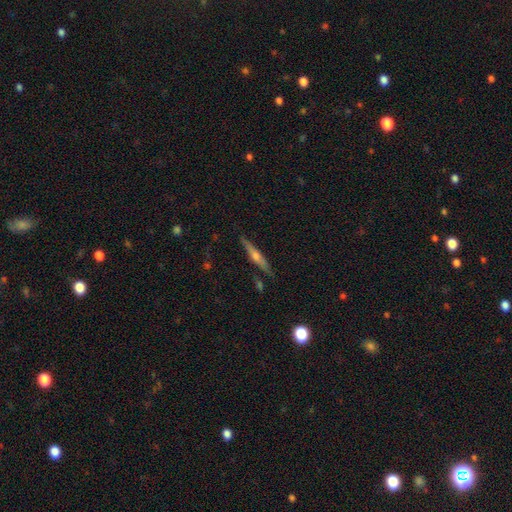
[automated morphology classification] Overall: featured or disk (68%). Edge-on disk: yes (97%). Edge-on bulge: rounded (86%). Merging: none (86%).